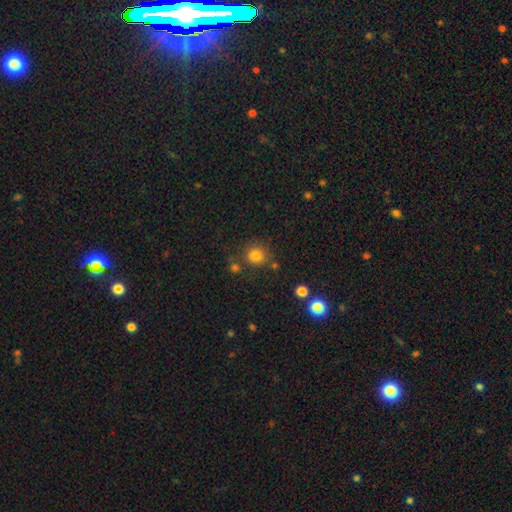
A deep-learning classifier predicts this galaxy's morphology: Smooth or featured? Predicted: smooth (p=0.80). How rounded? Predicted: round (p=0.84). Merging? Predicted: none (p=0.73).